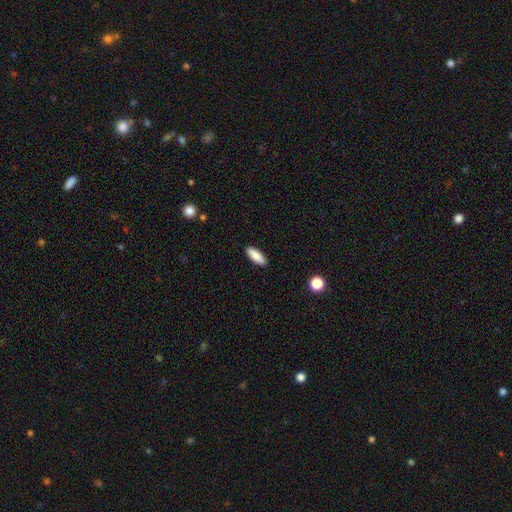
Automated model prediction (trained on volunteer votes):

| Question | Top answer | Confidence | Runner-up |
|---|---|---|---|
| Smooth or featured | smooth | 87% | star or artifact (6%) |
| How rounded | in between | 63% | cigar-shaped (35%) |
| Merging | none | 90% | minor disturbance (7%) |